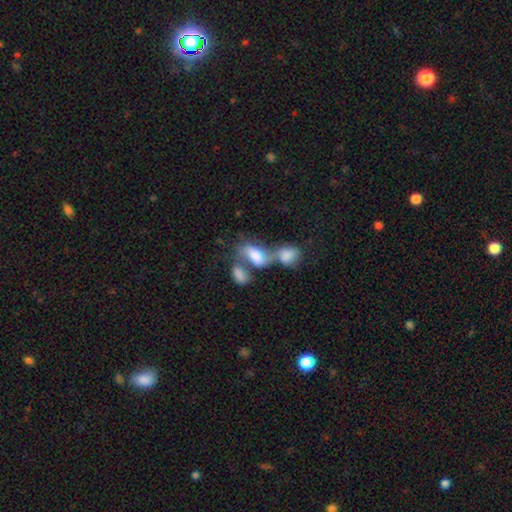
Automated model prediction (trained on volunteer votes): This appears to be a smooth galaxy with no disk features (67%) that is in between round and cigar-shaped (89%). Merging: merger (66%).